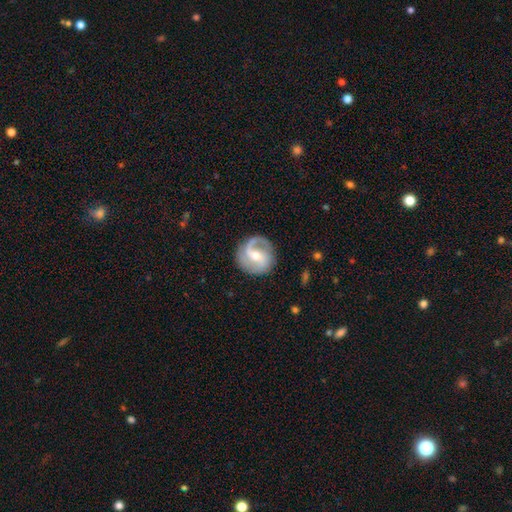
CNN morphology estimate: smooth_or_featured: featured or disk (p=0.84) [alt: smooth p=0.11]
disk_edge_on: no (p=0.98) [alt: yes p=0.02]
bar: weak (p=0.49) [alt: no p=0.28]
has_spiral_arms: yes (p=0.95) [alt: no p=0.05]
spiral_winding: medium (p=0.48) [alt: loose p=0.29]
spiral_arm_count: 2 (p=0.73) [alt: 1 p=0.17]
bulge_size: moderate (p=0.53) [alt: small p=0.43]
merging: none (p=0.80) [alt: minor disturbance p=0.13]